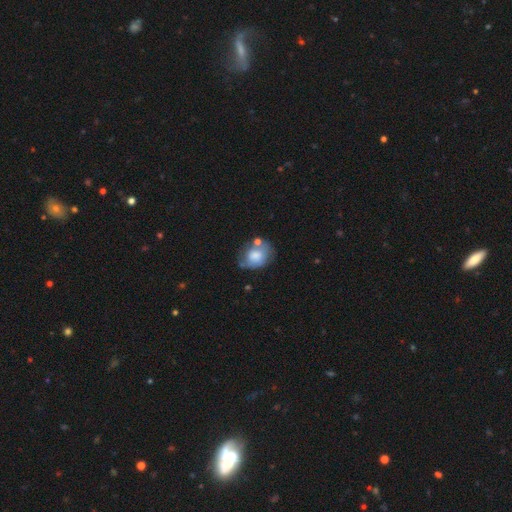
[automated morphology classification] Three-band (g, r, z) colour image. It shows a smooth galaxy with no disk features (64%) that is in between round and cigar-shaped (52%). Merging: none (46%).